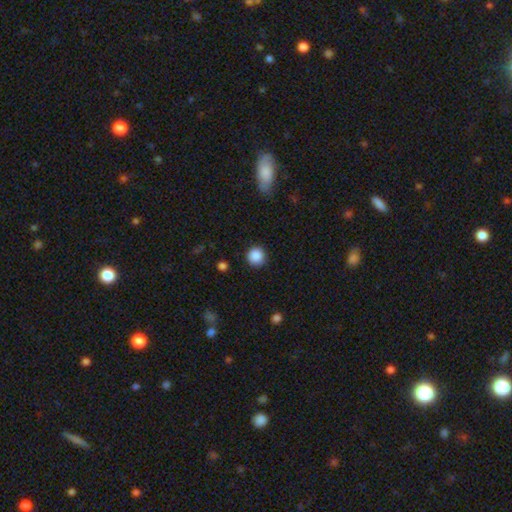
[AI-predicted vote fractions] smooth 88%, star or artifact 10%, featured or disk 3%. Down the decision tree: how rounded — round (95%); merging — none (90%).